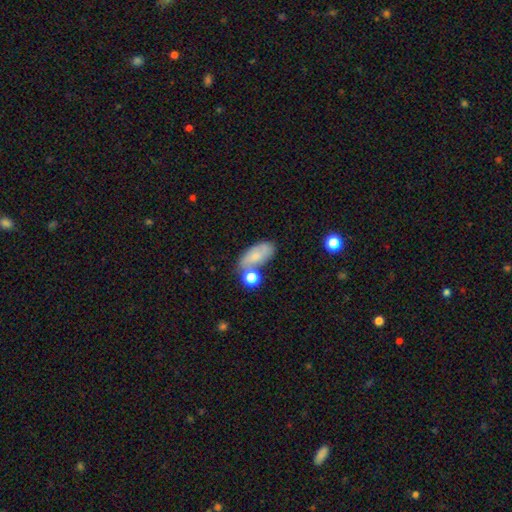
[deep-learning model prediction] This appears to be a smooth galaxy with no disk features (71%) that is in between round and cigar-shaped (85%). Merging: none (49%).